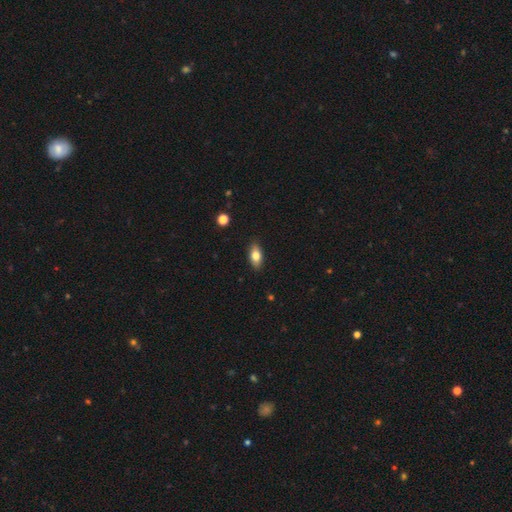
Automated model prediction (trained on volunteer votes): The model was most divided on "smooth or featured": smooth: 77%, featured or disk: 15%, star or artifact: 7%. More confident: merging — none (88%); how rounded — in between (86%).